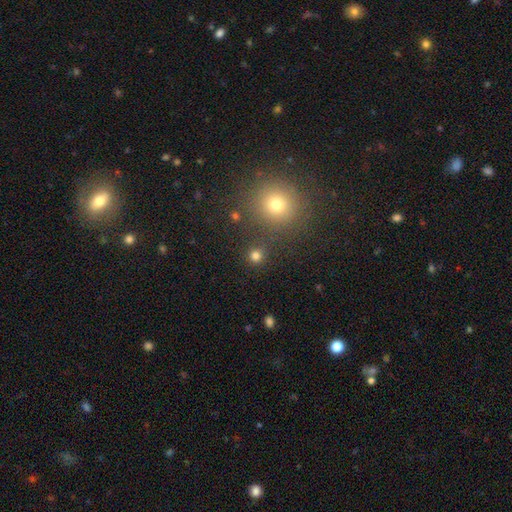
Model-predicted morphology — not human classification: This is likely a smooth galaxy (78%). How rounded: clearly round (92%). Merging: clearly none (83%).